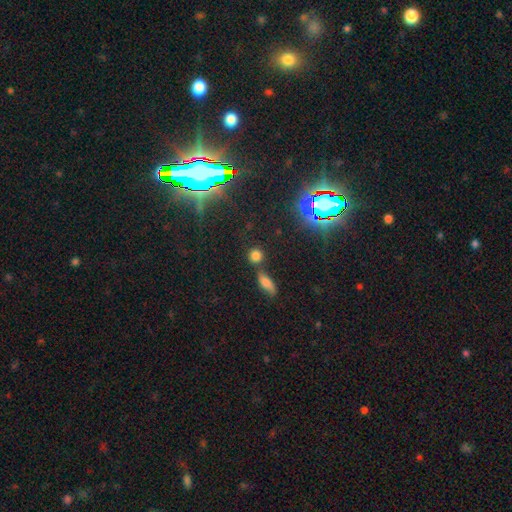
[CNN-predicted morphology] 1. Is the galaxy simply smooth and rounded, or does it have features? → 71% smooth, 22% star or artifact, 7% featured or disk.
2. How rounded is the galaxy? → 79% round, 17% in between, 4% cigar-shaped.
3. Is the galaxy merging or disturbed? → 65% none, 21% merger, 10% minor disturbance, 4% major disturbance.